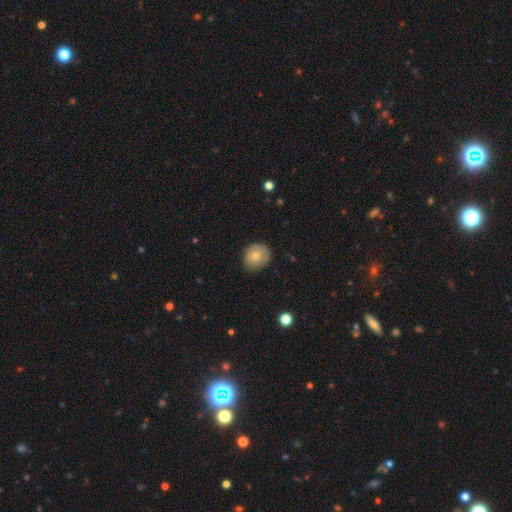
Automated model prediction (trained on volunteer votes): smooth 75%, featured or disk 17%, star or artifact 8%. Down the decision tree: how rounded — round (81%); merging — none (84%).